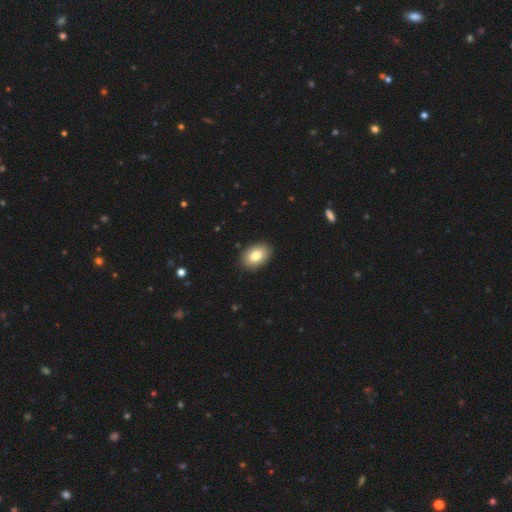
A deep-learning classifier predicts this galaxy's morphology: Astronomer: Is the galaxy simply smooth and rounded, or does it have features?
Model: smooth — 82%.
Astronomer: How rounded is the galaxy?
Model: in between — 87%.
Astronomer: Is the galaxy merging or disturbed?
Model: none — 90%.